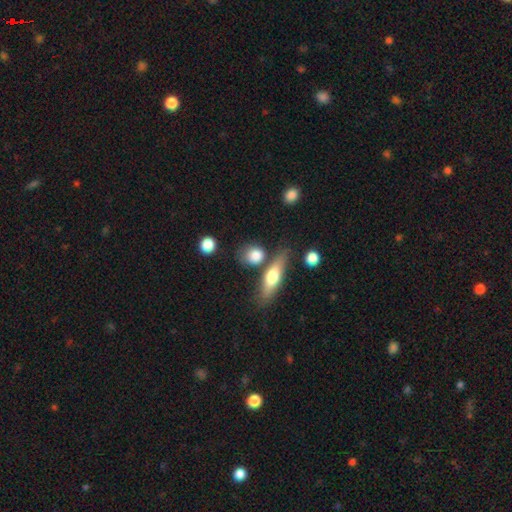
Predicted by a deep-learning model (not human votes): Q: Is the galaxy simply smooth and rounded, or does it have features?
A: smooth — 80%.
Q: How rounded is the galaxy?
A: round — 59%.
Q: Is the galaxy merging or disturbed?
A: none — 66%.